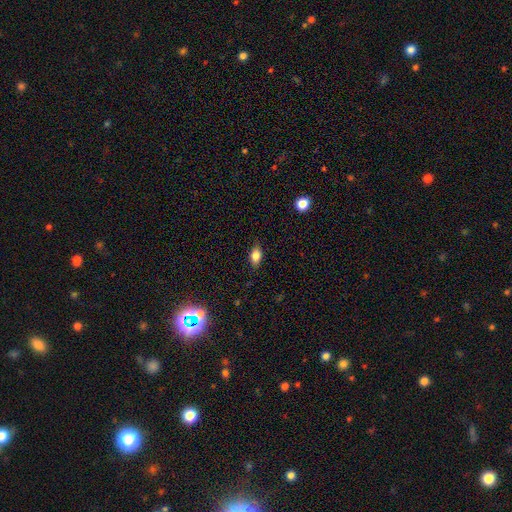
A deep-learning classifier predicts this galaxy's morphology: This is clearly a smooth galaxy (82%). How rounded: clearly in between (86%). Merging: clearly none (85%).